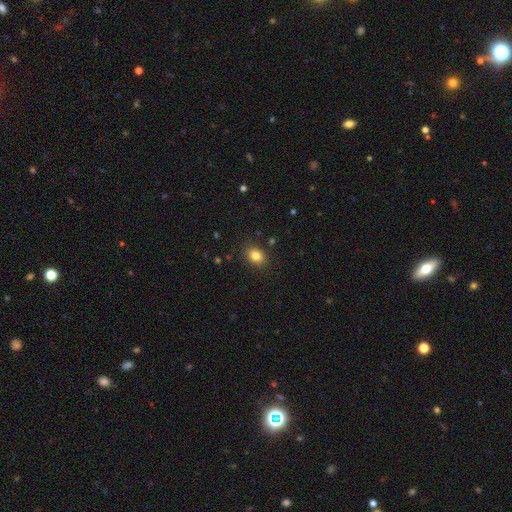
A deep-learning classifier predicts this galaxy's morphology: Smooth or featured? Predicted: smooth (p=0.83). How rounded? Predicted: in between (p=0.60). Merging? Predicted: none (p=0.87).